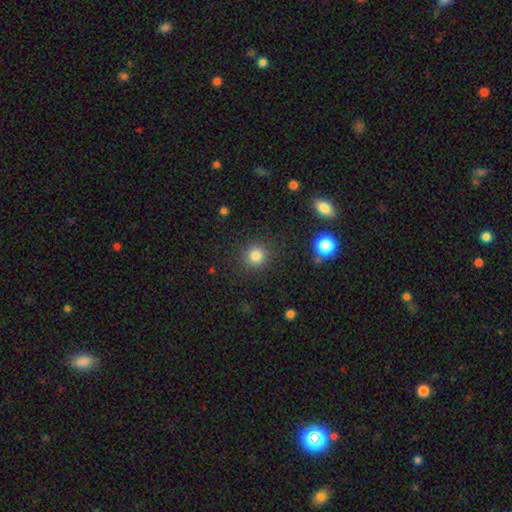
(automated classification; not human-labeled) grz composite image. It shows a smooth galaxy with no disk features (82%) that is round (92%). Merging: none (89%).